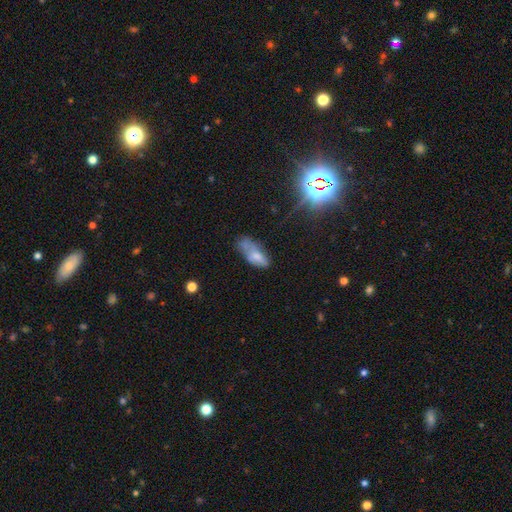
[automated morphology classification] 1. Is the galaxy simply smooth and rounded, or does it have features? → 64% smooth, 25% featured or disk, 11% star or artifact.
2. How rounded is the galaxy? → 82% in between, 14% cigar-shaped, 3% round.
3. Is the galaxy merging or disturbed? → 31% minor disturbance, 30% none, 26% major disturbance, 14% merger.